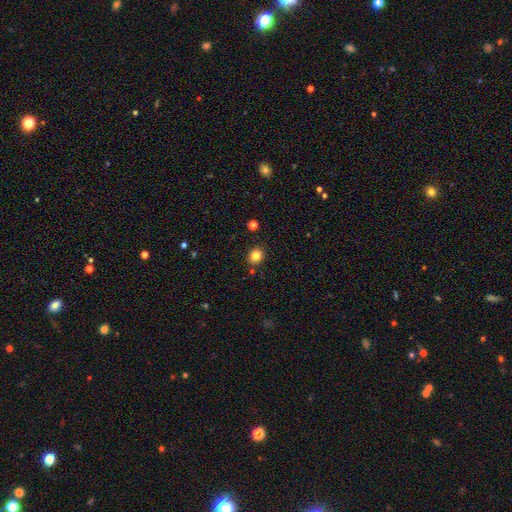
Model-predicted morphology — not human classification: smooth_or_featured: smooth (p=0.82) [alt: star or artifact p=0.12]
how_rounded: round (p=0.78) [alt: in between p=0.21]
merging: none (p=0.88) [alt: minor disturbance p=0.07]